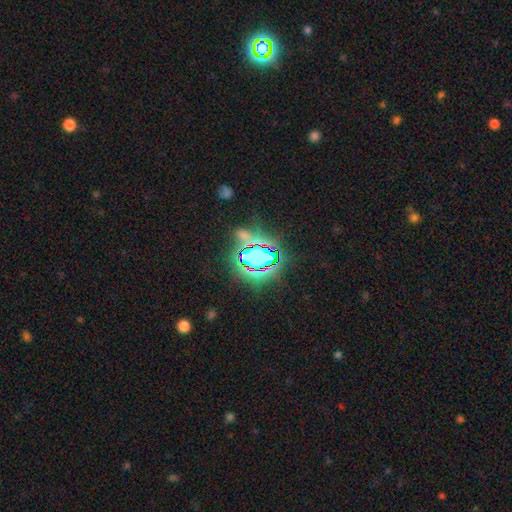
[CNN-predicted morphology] A star or artifact, not a galaxy (81%).